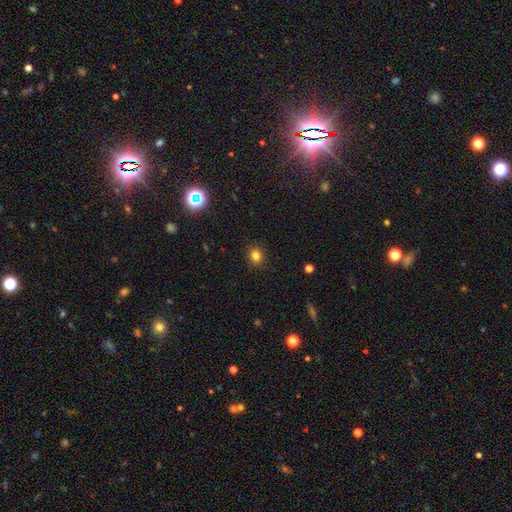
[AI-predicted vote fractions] A smooth galaxy with no disk features (81%) that is round (69%). Merging: none (89%).